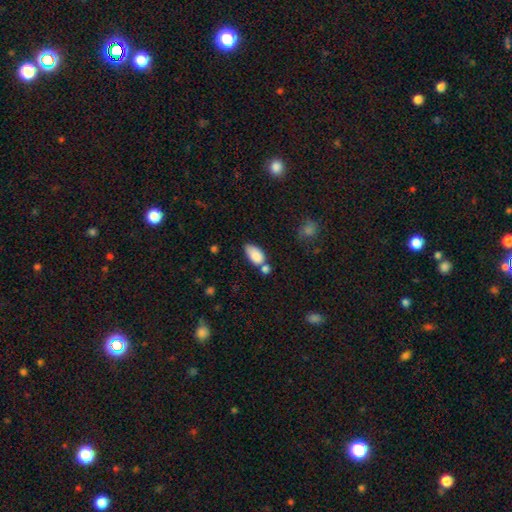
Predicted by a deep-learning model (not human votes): Smooth or featured?
  - smooth: 85% *
  - star or artifact: 8%
  - featured or disk: 7%
How rounded?
  - in between: 93% *
  - round: 4%
  - cigar-shaped: 3%
Merging?
  - none: 46% *
  - merger: 27%
  - minor disturbance: 22%
  - major disturbance: 6%